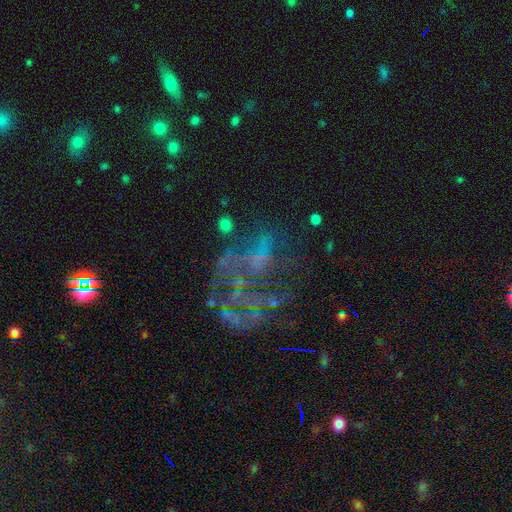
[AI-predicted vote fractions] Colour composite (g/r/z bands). It shows a featured or disk galaxy (59%) with no bar (83%), no spiral arms (64%) and no central bulge (69%). Merging: none (41%).